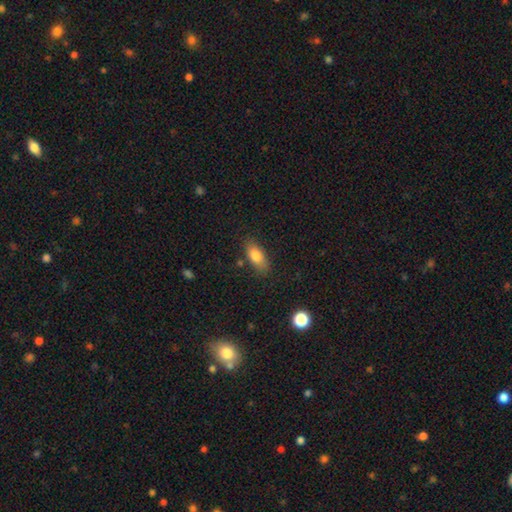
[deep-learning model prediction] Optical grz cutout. It shows a smooth galaxy with no disk features (78%) that is in between round and cigar-shaped (82%). Merging: none (80%).